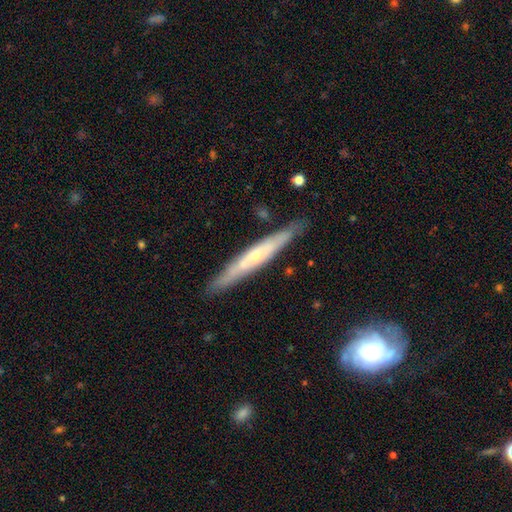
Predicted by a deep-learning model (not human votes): Overall: featured or disk (63%; smooth 32%). Edge-on disk: yes (85%). Edge-on bulge: rounded (58%; none 37%). Merging: none (85%).